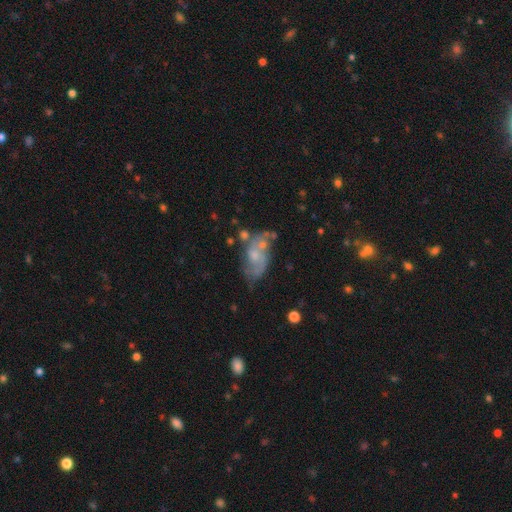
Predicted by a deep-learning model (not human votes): Smooth or featured? featured or disk (58%)
Edge-on disk? no (95%)
Bar? no (74%)
Spiral arms? yes (60%)
Bulge size? small (45%)
Merging? none (42%)